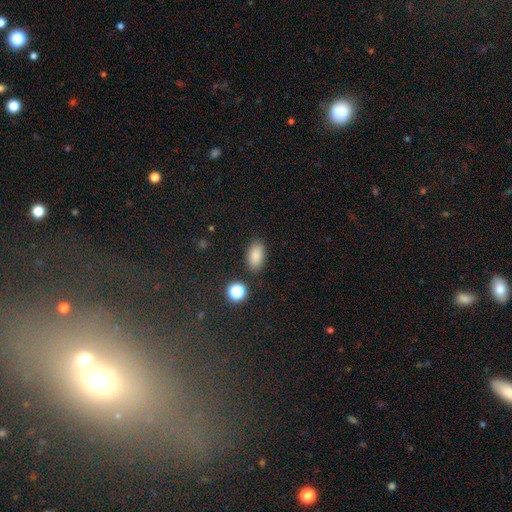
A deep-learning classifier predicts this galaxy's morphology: Overall: smooth (84%). How rounded: in between (89%). Merging: none (83%).